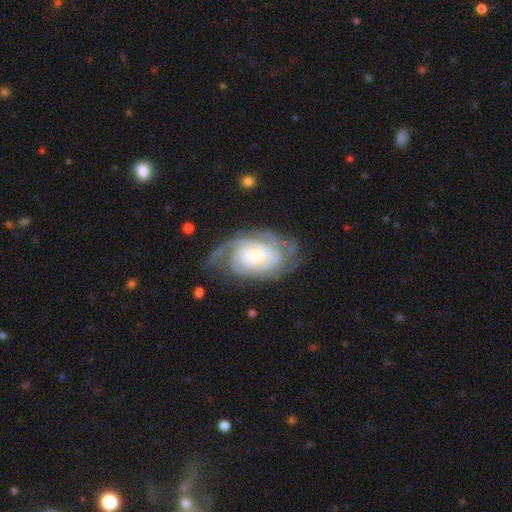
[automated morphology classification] This appears to be a featured or disk galaxy (90%) with no bar (59%), 3 (29%) tight (71%) spiral arms (98%) and a moderate central bulge (44%). Merging: none (73%).